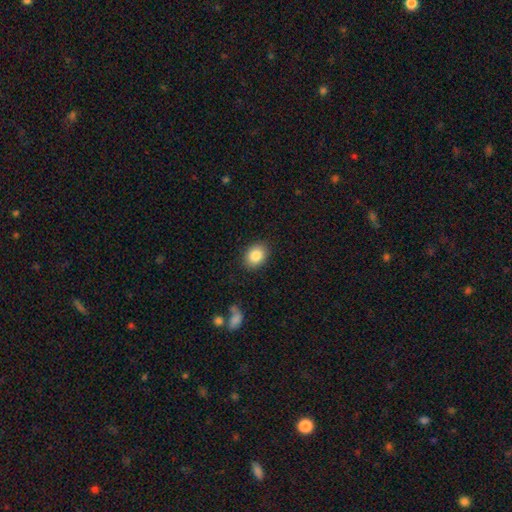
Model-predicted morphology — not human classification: Overall: smooth (85%). How rounded: in between (61%; round 38%). Merging: none (87%).